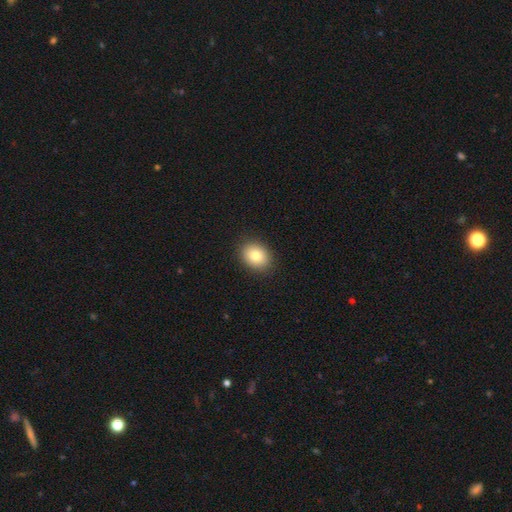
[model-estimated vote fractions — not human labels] Morphology: type=smooth (81%); roundness=in between (54%); merging=none (90%).